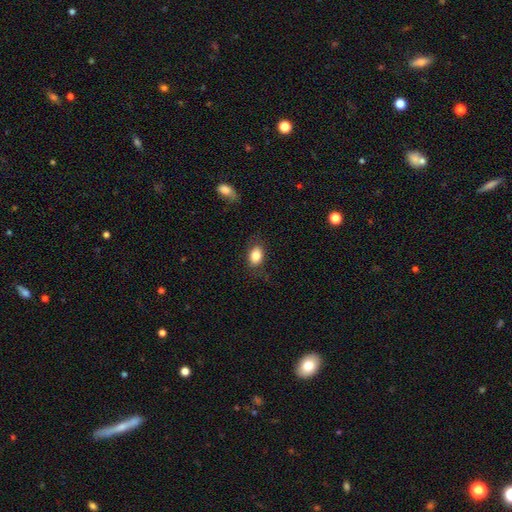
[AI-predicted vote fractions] smooth 84%, star or artifact 8%, featured or disk 8%. Down the decision tree: how rounded — in between (76%); merging — none (80%).